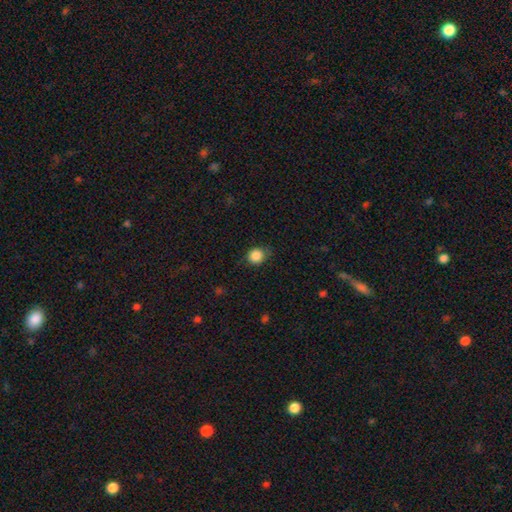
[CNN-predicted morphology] A smooth galaxy with no disk features (86%) that is round (85%). Merging: none (76%).